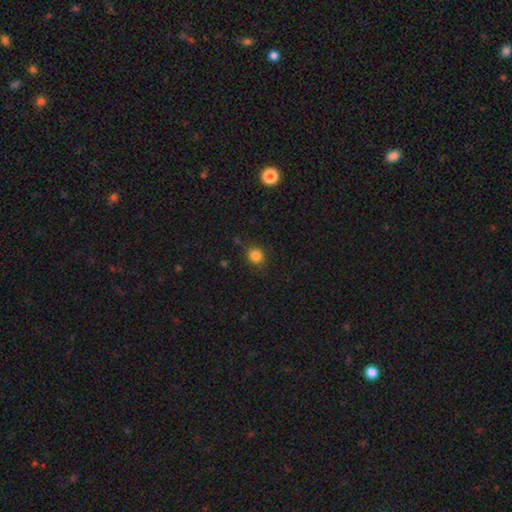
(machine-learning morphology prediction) smooth 84%, star or artifact 12%, featured or disk 4%. Down the decision tree: how rounded — round (84%); merging — none (84%).